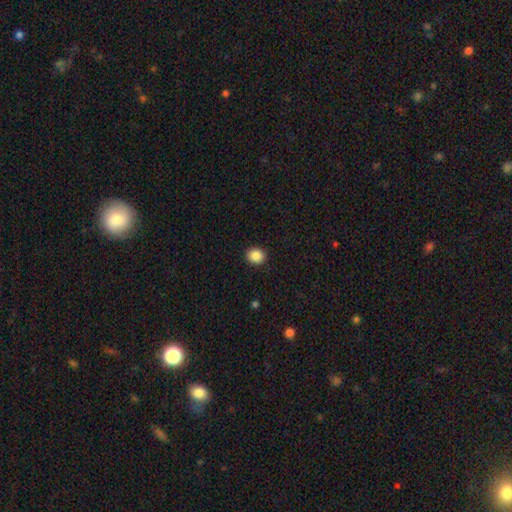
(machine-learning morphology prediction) A smooth galaxy with no disk features (88%) that is round (70%).

Vote fractions:
- Smooth or featured? smooth: 88% / star or artifact: 9% / featured or disk: 3%
- How rounded? round: 70% / in between: 29% / cigar-shaped: 1%
- Merging? none: 91% / minor disturbance: 6% / major disturbance: 2% / merger: 1%